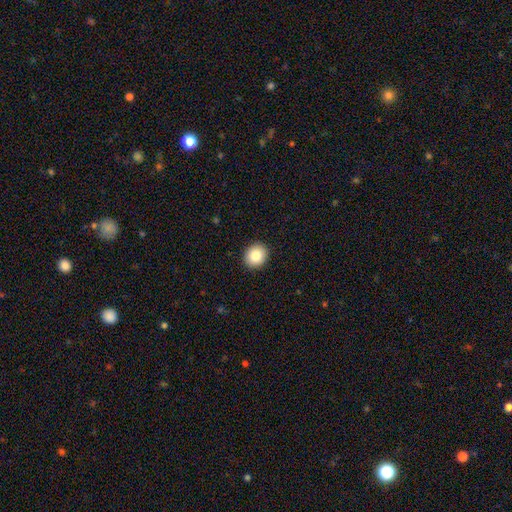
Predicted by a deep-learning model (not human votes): Smooth or featured: smooth — 84% (star or artifact — 9%)
How rounded: round — 71% (in between — 29%)
Merging: none — 92% (minor disturbance — 6%)